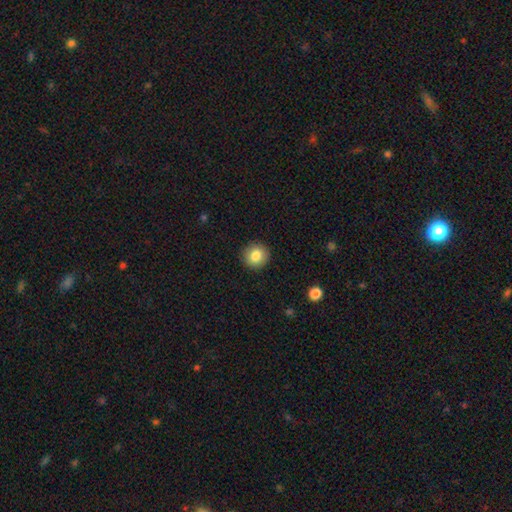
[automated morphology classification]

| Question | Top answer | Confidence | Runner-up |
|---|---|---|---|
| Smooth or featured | smooth | 84% | star or artifact (9%) |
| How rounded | round | 92% | in between (7%) |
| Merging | none | 92% | minor disturbance (6%) |